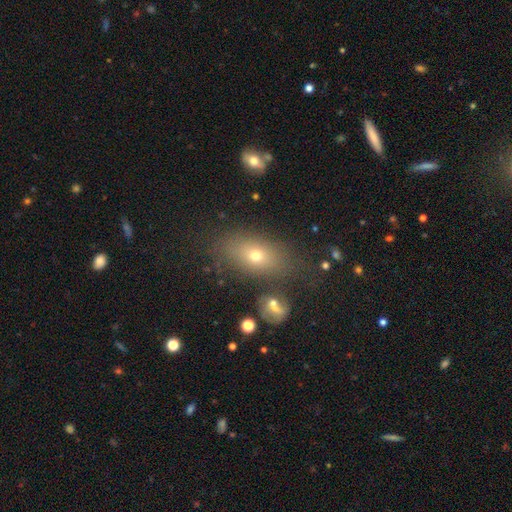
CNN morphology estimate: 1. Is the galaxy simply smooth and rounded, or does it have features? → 65% smooth, 19% featured or disk, 16% star or artifact.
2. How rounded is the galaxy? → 79% in between, 18% round, 4% cigar-shaped.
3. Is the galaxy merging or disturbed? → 72% none, 13% minor disturbance, 7% merger, 7% major disturbance.